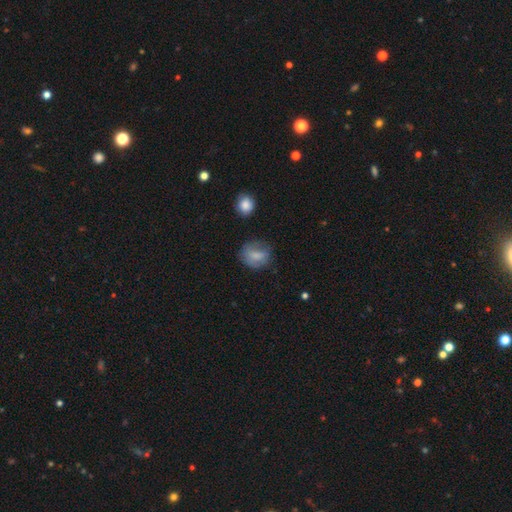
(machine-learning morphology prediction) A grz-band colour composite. It shows a smooth galaxy with no disk features (74%) that is round (63%). Merging: none (61%).